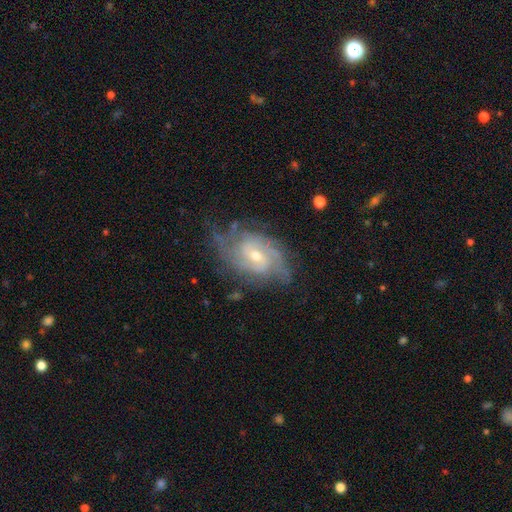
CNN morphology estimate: This appears to be a featured or disk galaxy (87%) with no bar (47%), tight (56%) spiral arms (96%) and a small central bulge (55%). Merging: none (65%).